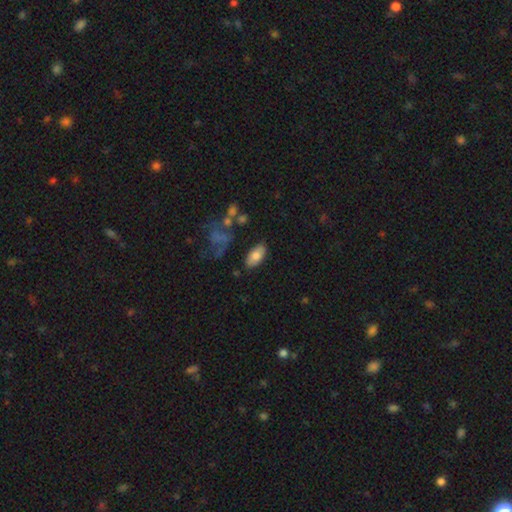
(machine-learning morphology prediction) Smooth or featured? Predicted: smooth (p=0.76). How rounded? Predicted: in between (p=0.93). Merging? Predicted: none (p=0.81).